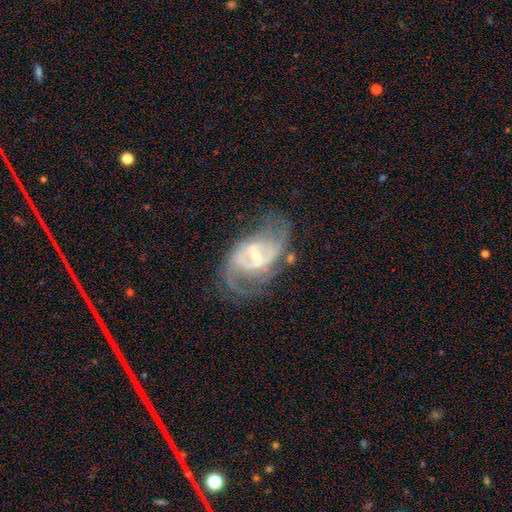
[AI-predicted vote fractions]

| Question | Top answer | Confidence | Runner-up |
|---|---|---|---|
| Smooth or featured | featured or disk | 87% | star or artifact (7%) |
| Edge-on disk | no | 96% | yes (4%) |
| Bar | weak | 48% | strong (37%) |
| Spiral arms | yes | 92% | no (8%) |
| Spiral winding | medium | 49% | loose (30%) |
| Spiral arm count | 2 | 67% | can't tell (15%) |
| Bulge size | small | 60% | moderate (33%) |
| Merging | none | 57% | major disturbance (20%) |